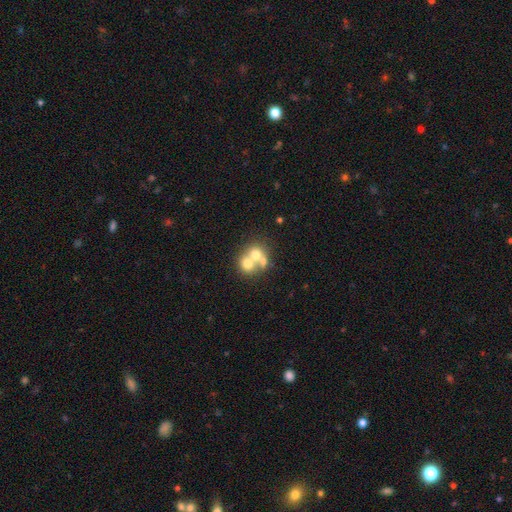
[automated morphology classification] A smooth galaxy with no disk features (61%) that is round (76%).

Vote fractions:
- Smooth or featured? smooth: 61% / featured or disk: 27% / star or artifact: 12%
- How rounded? round: 76% / in between: 23% / cigar-shaped: 1%
- Merging? merger: 65% / none: 26% / minor disturbance: 5% / major disturbance: 4%